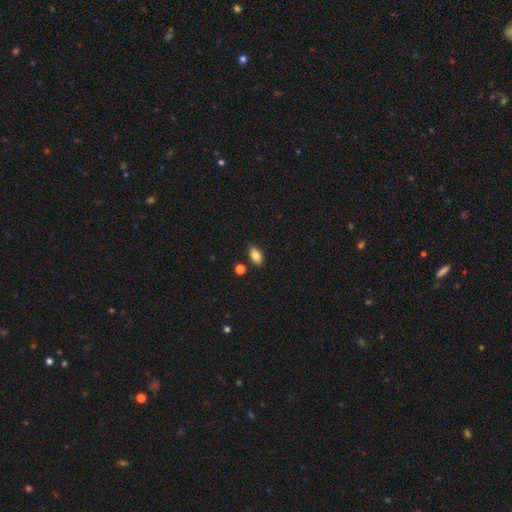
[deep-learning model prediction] smooth-or-featured: smooth: 84% | star or artifact: 8% | featured or disk: 8%
  how-rounded: in between: 91% | round: 7% | cigar-shaped: 3%
  merging: none: 84% | minor disturbance: 11% | merger: 4% | major disturbance: 2%